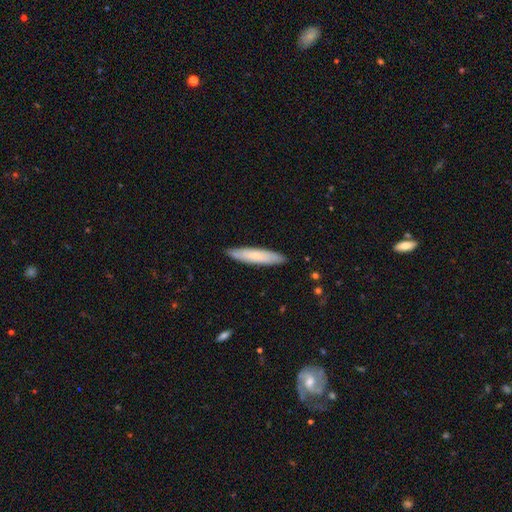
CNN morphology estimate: smooth-or-featured: smooth: 73% | featured or disk: 21% | star or artifact: 5%
  how-rounded: cigar-shaped: 87% | in between: 11% | round: 1%
  merging: none: 89% | minor disturbance: 9% | major disturbance: 1% | merger: 1%